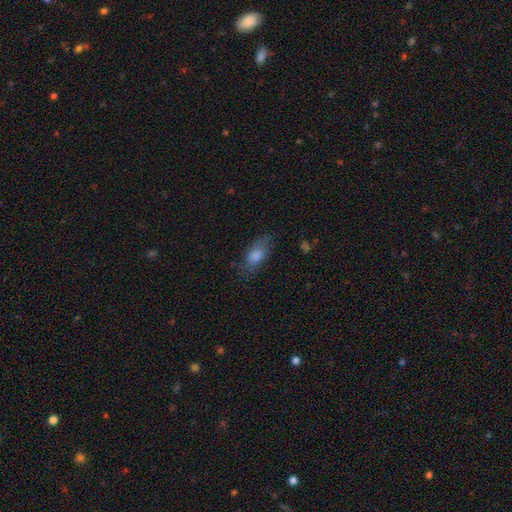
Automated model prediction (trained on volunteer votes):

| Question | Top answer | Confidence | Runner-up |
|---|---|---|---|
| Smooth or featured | smooth | 70% | featured or disk (20%) |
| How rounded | in between | 77% | cigar-shaped (17%) |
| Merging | none | 72% | minor disturbance (20%) |